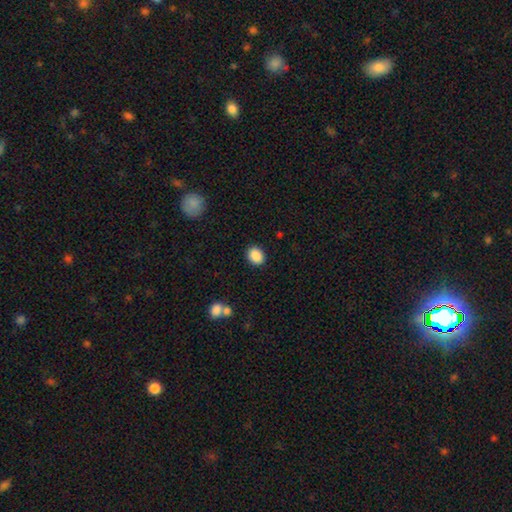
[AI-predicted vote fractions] This appears to be a smooth galaxy with no disk features (89%) that is in between round and cigar-shaped (61%). Merging: none (88%).